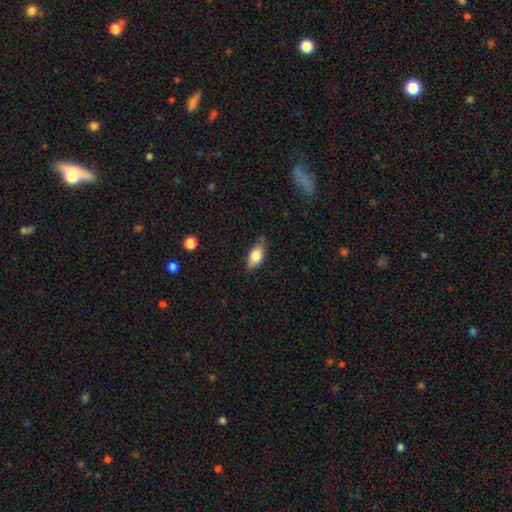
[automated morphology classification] type=smooth (75%); roundness=in between (85%); merging=none (76%).